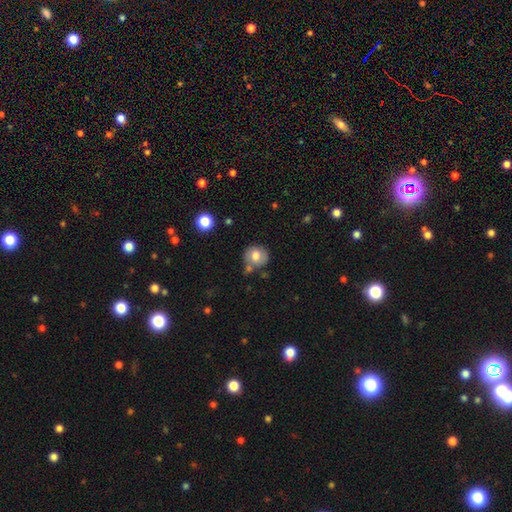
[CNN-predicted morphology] smooth-or-featured: smooth: 71% | featured or disk: 20% | star or artifact: 9%
  how-rounded: round: 83% | in between: 16% | cigar-shaped: 1%
  merging: none: 65% | minor disturbance: 18% | merger: 11% | major disturbance: 5%